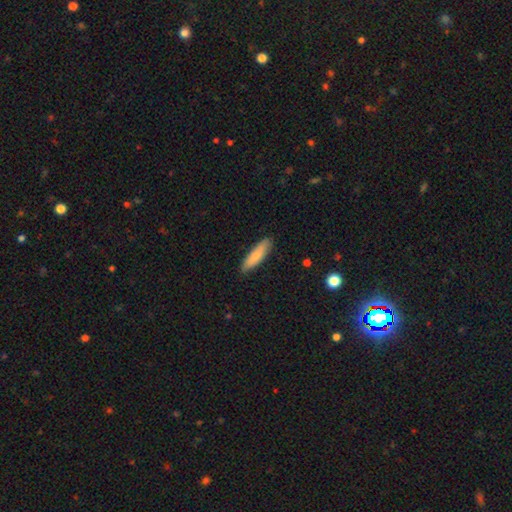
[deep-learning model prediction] This appears to be a smooth galaxy with no disk features (81%) that is cigar-shaped (67%). Merging: none (86%).